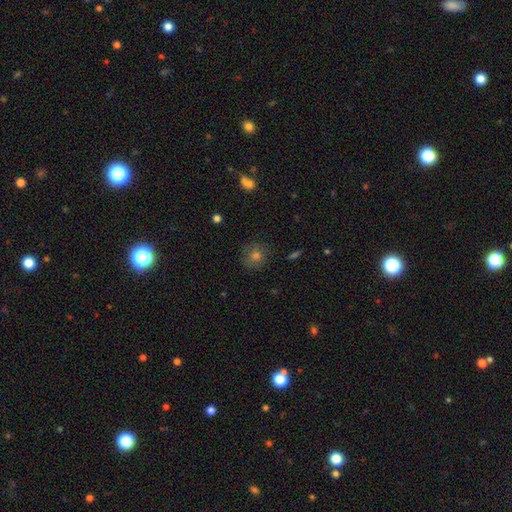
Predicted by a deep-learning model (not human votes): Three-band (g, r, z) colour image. It shows a smooth galaxy with no disk features (64%) that is round (86%). Merging: none (81%).